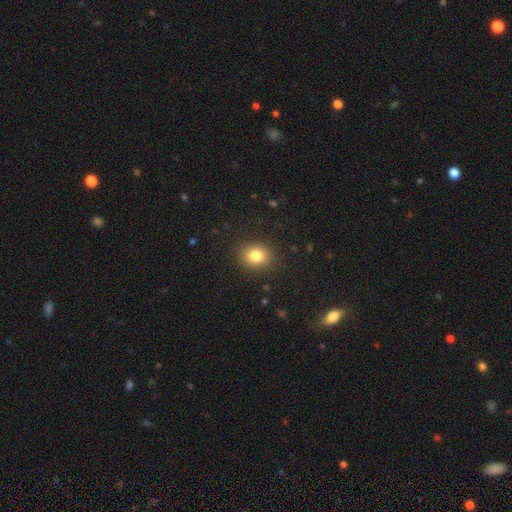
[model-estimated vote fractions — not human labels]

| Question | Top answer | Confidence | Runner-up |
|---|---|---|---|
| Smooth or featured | smooth | 82% | star or artifact (12%) |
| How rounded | round | 68% | in between (31%) |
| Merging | none | 89% | minor disturbance (7%) |